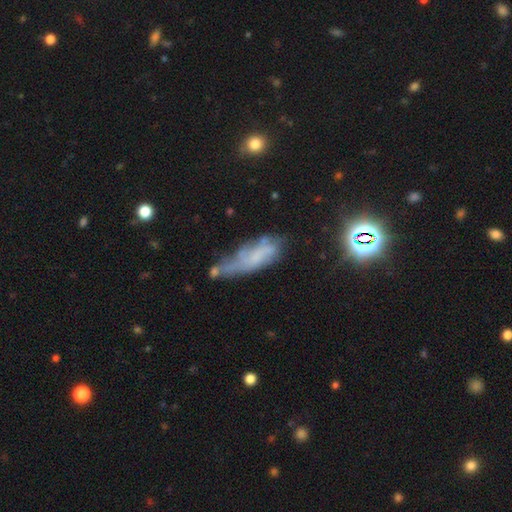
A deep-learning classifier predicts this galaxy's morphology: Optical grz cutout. It shows a smooth galaxy with no disk features (42%, tied with featured or disk). Merging: none (33%).